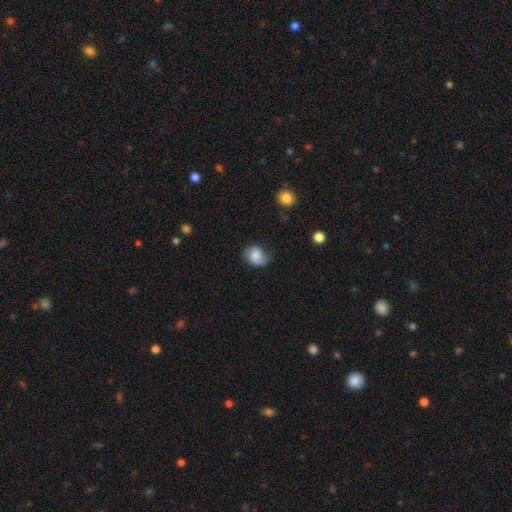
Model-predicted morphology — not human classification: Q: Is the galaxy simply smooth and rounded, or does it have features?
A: smooth — 58%.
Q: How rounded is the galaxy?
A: round — 50%.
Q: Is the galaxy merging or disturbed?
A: none — 55%.